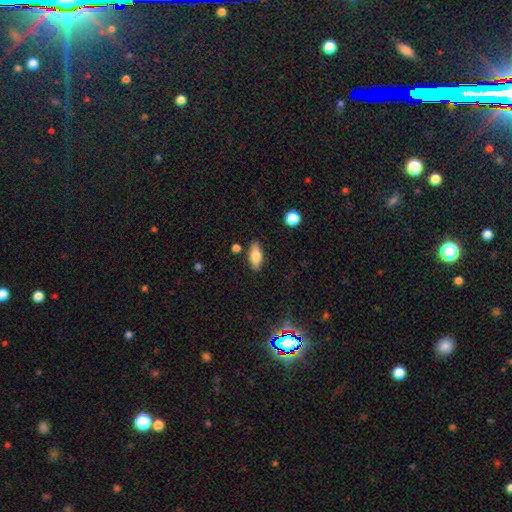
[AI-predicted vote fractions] smooth_or_featured: smooth (p=0.72) [alt: featured or disk p=0.21]
how_rounded: in between (p=0.77) [alt: cigar-shaped p=0.19]
merging: none (p=0.83) [alt: minor disturbance p=0.11]